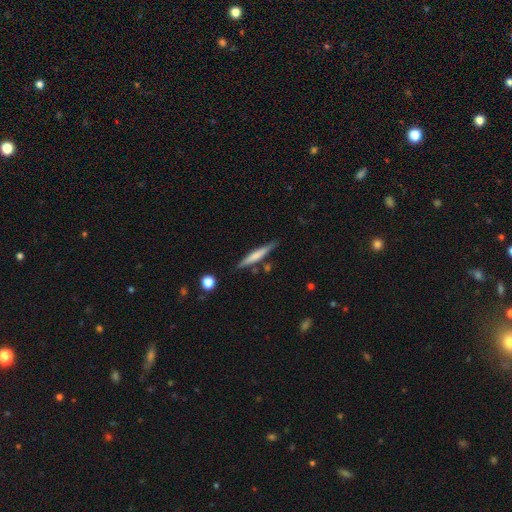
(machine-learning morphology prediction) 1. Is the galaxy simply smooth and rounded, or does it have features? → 52% smooth, 42% featured or disk, 6% star or artifact.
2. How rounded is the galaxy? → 94% cigar-shaped, 5% in between, 2% round.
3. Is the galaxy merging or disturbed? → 82% none, 12% minor disturbance, 4% merger, 2% major disturbance.